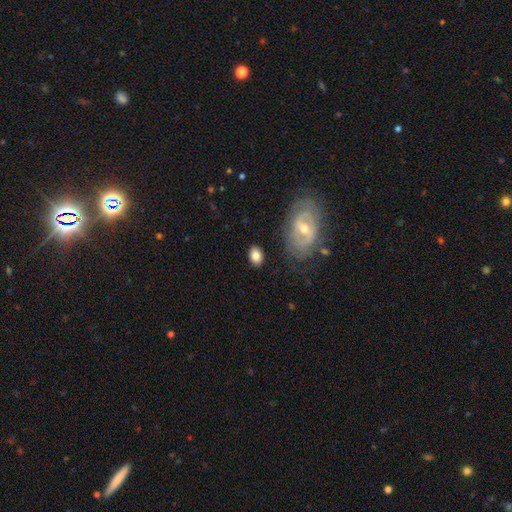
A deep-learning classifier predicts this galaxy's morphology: Smooth or featured? smooth (78%)
How rounded? in between (78%)
Merging? none (81%)